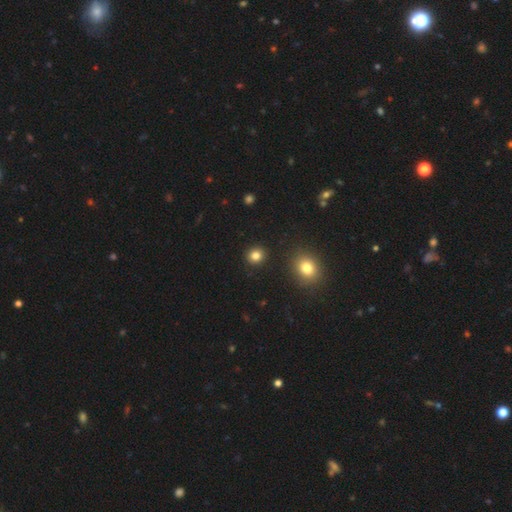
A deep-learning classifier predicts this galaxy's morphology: A smooth galaxy with no disk features (83%) that is round (87%). Merging: none (92%).